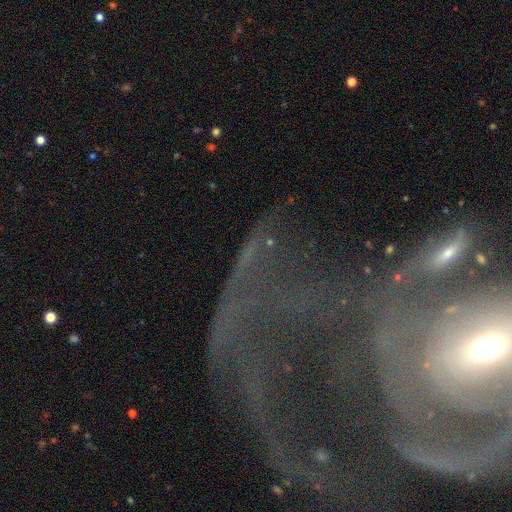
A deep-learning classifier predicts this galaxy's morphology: This appears to be a featured or disk galaxy (65%) with no bar (42%), spiral arms (65%) and a moderate central bulge (49%). Merging: none (45%).